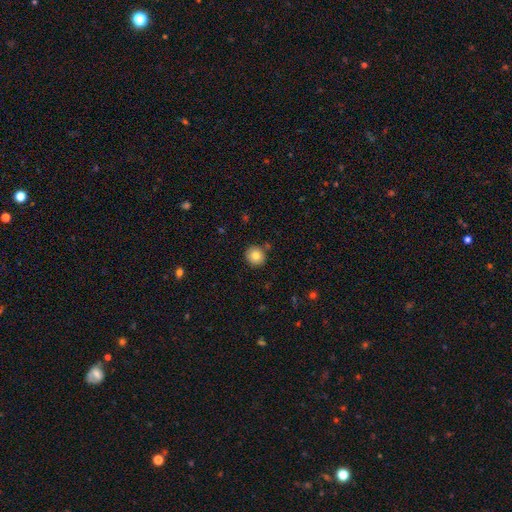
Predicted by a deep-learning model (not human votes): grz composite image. It shows a smooth galaxy with no disk features (81%) that is round (92%). Merging: none (86%).